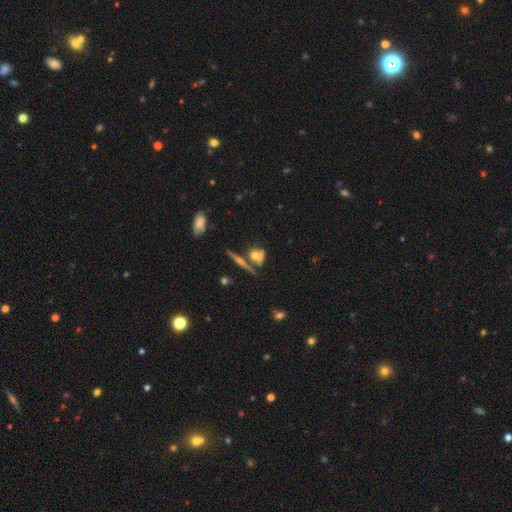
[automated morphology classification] type=smooth (46%); merging=none (49%).